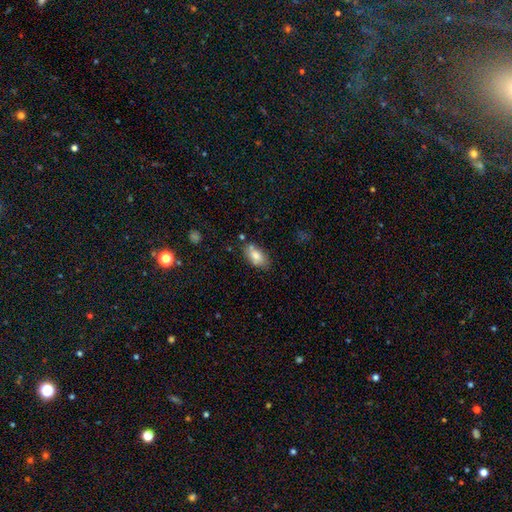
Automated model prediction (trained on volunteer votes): Smooth or featured?
  - smooth: 79% *
  - featured or disk: 13%
  - star or artifact: 8%
How rounded?
  - in between: 91% *
  - round: 5%
  - cigar-shaped: 4%
Merging?
  - none: 69% *
  - minor disturbance: 18%
  - merger: 9%
  - major disturbance: 4%